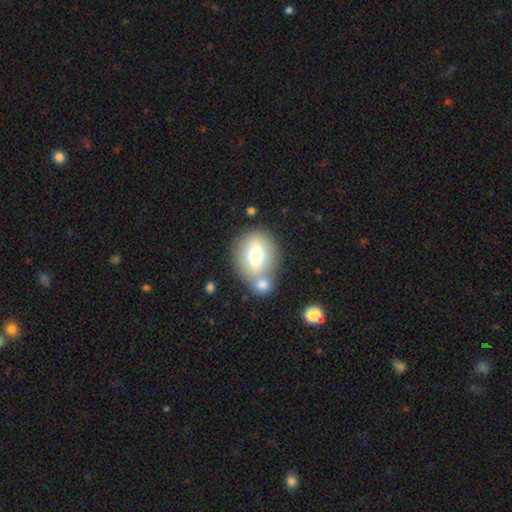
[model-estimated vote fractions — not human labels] A smooth galaxy with no disk features (69%) that is round (57%).

Vote fractions:
- Smooth or featured? smooth: 69% / featured or disk: 22% / star or artifact: 9%
- How rounded? round: 57% / in between: 41% / cigar-shaped: 1%
- Merging? none: 50% / merger: 34% / minor disturbance: 11% / major disturbance: 5%